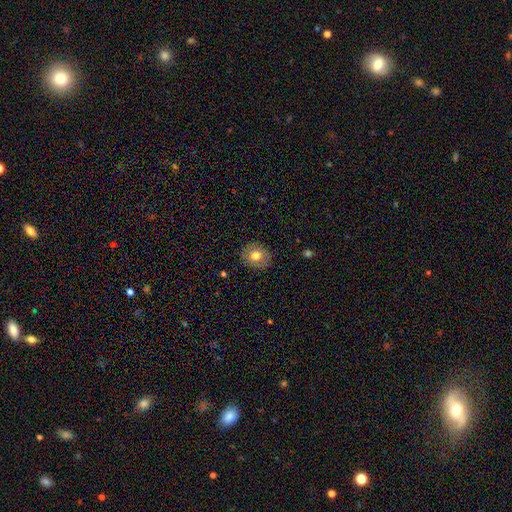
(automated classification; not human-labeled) Smooth or featured? Predicted: smooth (p=0.72). How rounded? Predicted: round (p=0.70). Merging? Predicted: none (p=0.85).